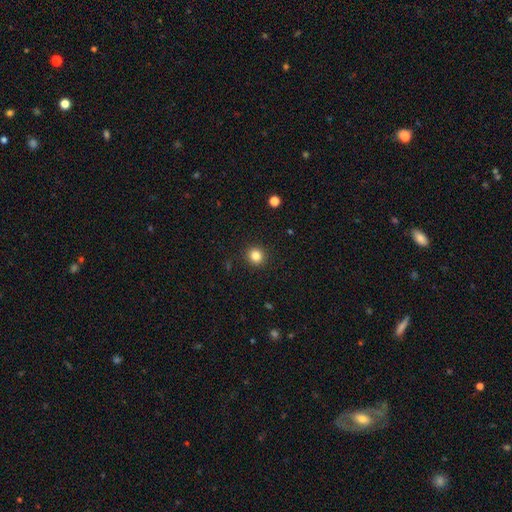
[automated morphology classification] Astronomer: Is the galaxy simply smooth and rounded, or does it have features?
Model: smooth — 84%.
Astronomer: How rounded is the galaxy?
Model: round — 91%.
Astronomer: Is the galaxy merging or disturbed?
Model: none — 92%.